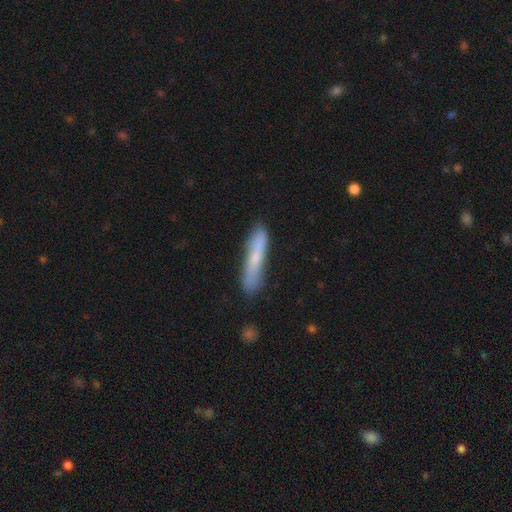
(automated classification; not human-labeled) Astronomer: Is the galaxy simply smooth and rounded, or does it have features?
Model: smooth — 62%.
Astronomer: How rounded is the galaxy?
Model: cigar-shaped — 91%.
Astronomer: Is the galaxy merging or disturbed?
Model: none — 79%.